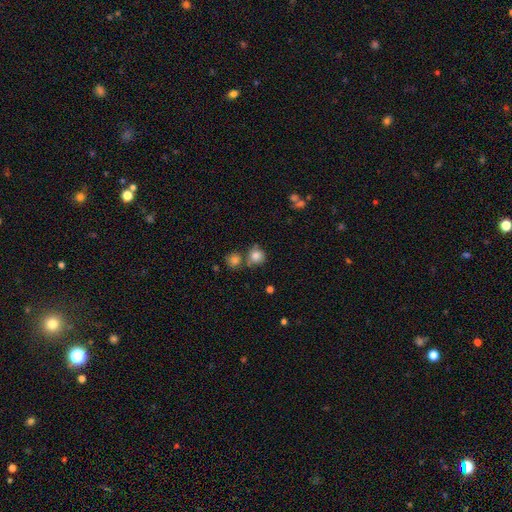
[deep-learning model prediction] A smooth galaxy with no disk features (81%) that is round (87%). Merging: none (59%).